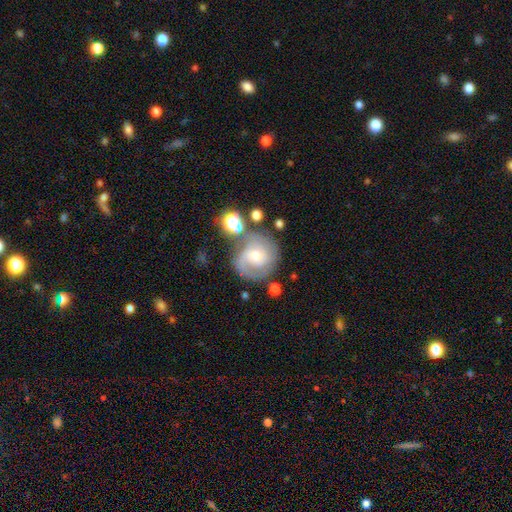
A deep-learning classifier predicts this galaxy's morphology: Smooth or featured? featured or disk (64%)
Edge-on disk? no (97%)
Bar? no (65%)
Spiral arms? yes (83%)
Spiral winding? tight (48%)
Spiral arm count? 2 (49%)
Bulge size? moderate (58%)
Merging? none (58%)